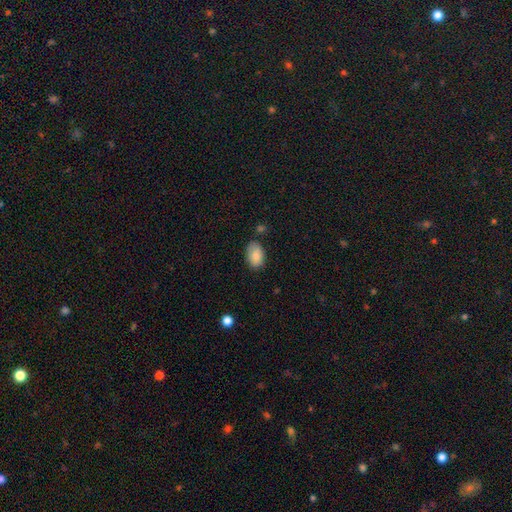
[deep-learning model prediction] smooth-or-featured: smooth: 87% | star or artifact: 7% | featured or disk: 6%
  how-rounded: in between: 91% | round: 8% | cigar-shaped: 1%
  merging: none: 74% | minor disturbance: 19% | major disturbance: 4% | merger: 3%